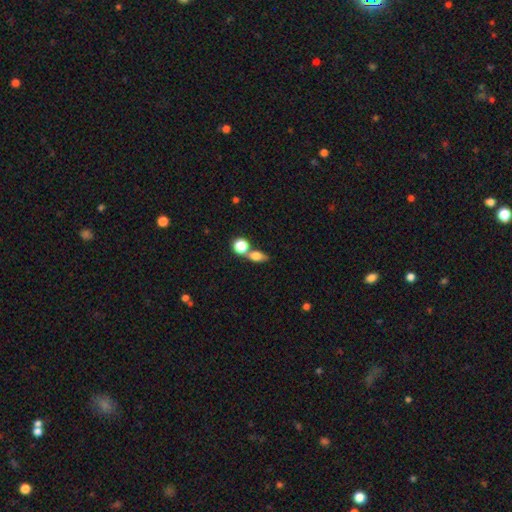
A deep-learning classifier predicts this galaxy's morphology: smooth_or_featured: smooth (p=0.73) [alt: featured or disk p=0.15]
how_rounded: in between (p=0.61) [alt: round p=0.29]
merging: none (p=0.48) [alt: merger p=0.37]